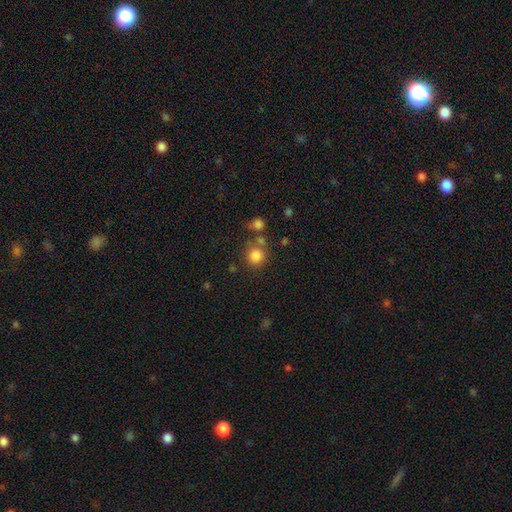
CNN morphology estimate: The model was most divided on "merging": none: 69%, merger: 15%, minor disturbance: 11%, major disturbance: 5%. More confident: how rounded — round (90%); smooth or featured — smooth (82%).